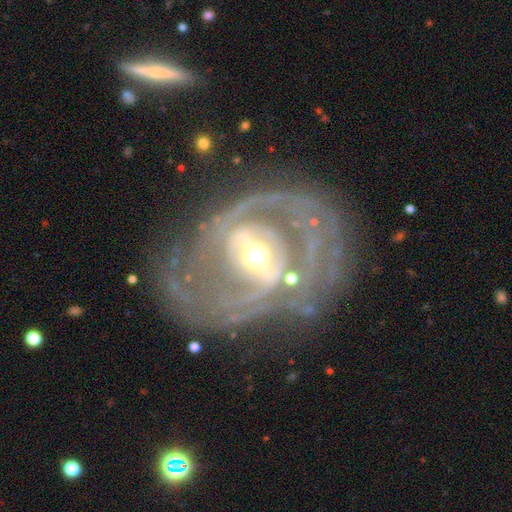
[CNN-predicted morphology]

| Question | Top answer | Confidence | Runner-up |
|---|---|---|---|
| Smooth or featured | featured or disk | 89% | smooth (6%) |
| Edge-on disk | no | 96% | yes (4%) |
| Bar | strong | 50% | weak (35%) |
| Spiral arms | yes | 88% | no (12%) |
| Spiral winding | tight | 48% | medium (38%) |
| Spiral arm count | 2 | 57% | can't tell (21%) |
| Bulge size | moderate | 62% | small (26%) |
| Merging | none | 66% | minor disturbance (17%) |